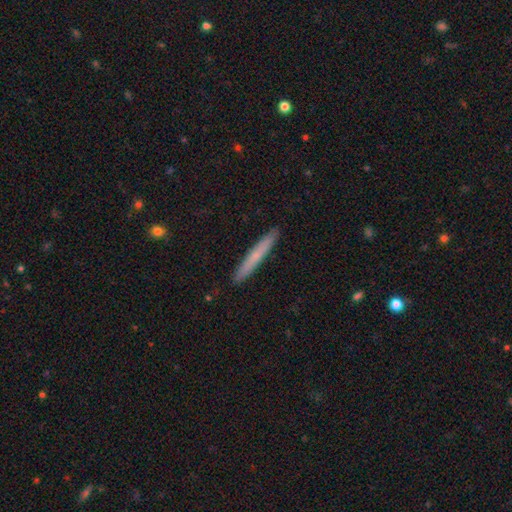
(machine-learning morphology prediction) Overall: smooth (61%; featured or disk 33%). How rounded: cigar-shaped (96%). Merging: none (92%).